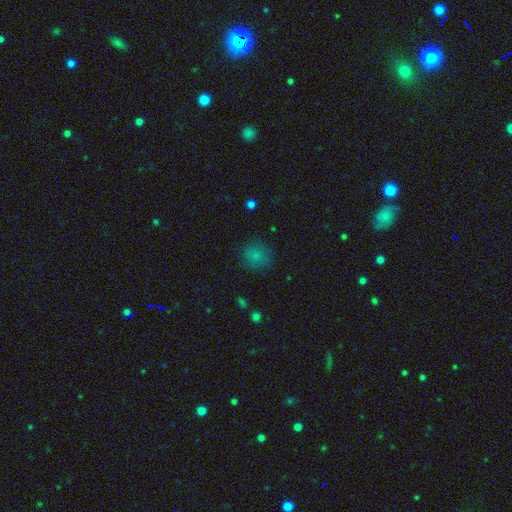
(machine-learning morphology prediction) Overall: smooth (78%). How rounded: round (85%). Merging: none (78%).